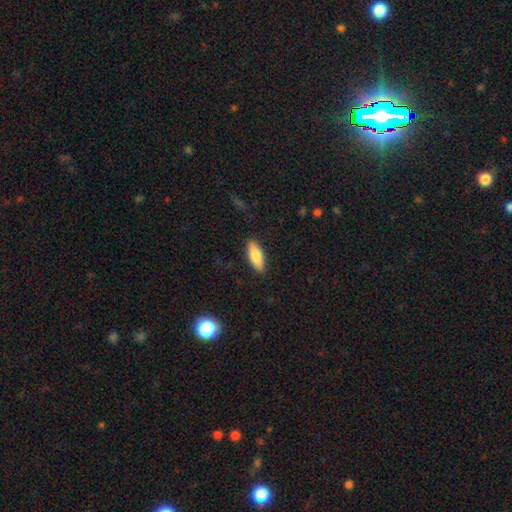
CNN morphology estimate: Q: Smooth or featured?
A: smooth (76%); runner-up: featured or disk (18%)
Q: How rounded?
A: in between (59%); runner-up: cigar-shaped (39%)
Q: Merging?
A: none (89%); runner-up: minor disturbance (8%)